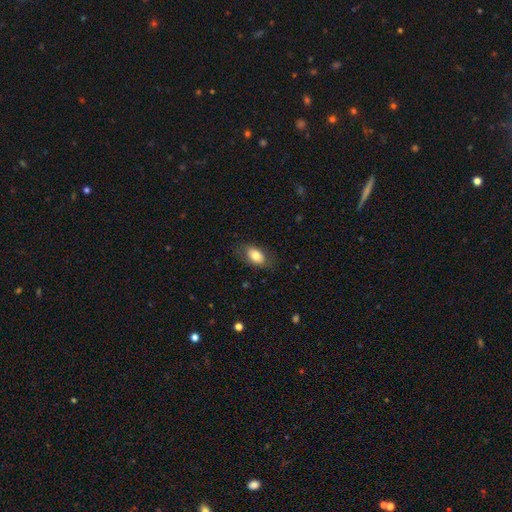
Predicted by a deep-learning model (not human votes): smooth-or-featured: smooth: 76% | featured or disk: 17% | star or artifact: 7%
  how-rounded: in between: 90% | round: 8% | cigar-shaped: 3%
  merging: none: 78% | minor disturbance: 15% | major disturbance: 6% | merger: 1%